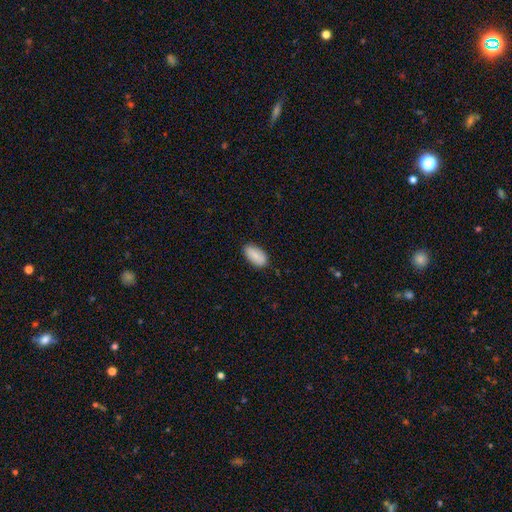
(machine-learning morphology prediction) This is clearly a smooth galaxy (84%). How rounded: clearly in between (93%). Merging: clearly none (85%).